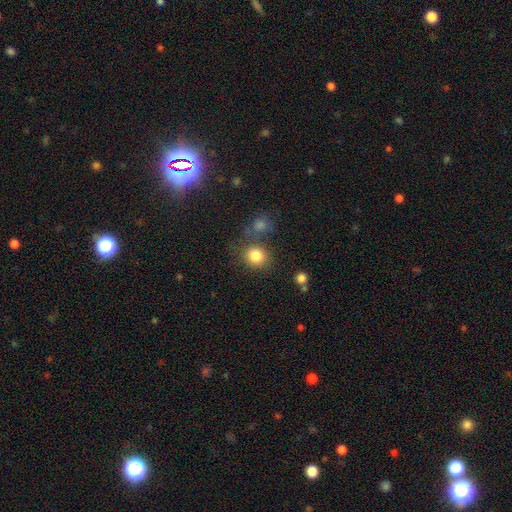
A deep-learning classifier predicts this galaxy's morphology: Smooth or featured? smooth (83%)
How rounded? round (77%)
Merging? none (69%)